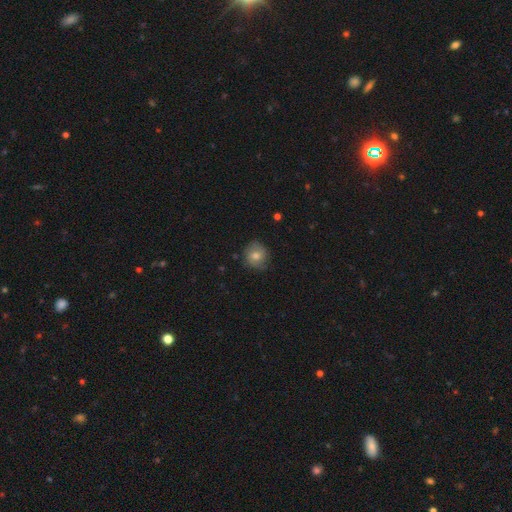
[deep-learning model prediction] Morphology: type=smooth (70%); roundness=round (85%); merging=none (79%).